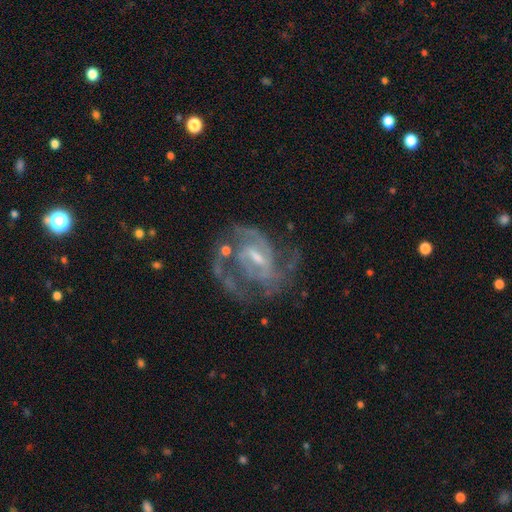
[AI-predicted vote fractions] Morphology: type=featured or disk (88%); edge-on=no (97%); bar=weak (57%); spiral arms=yes (94%); winding=medium (51%); arm count=2 (54%); bulge=small (48%); merging=none (54%).